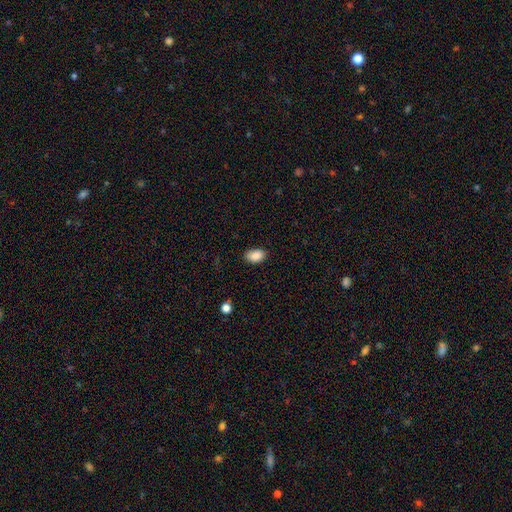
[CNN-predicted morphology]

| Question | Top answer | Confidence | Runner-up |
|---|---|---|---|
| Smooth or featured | smooth | 88% | star or artifact (8%) |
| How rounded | in between | 89% | round (9%) |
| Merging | none | 84% | minor disturbance (12%) |